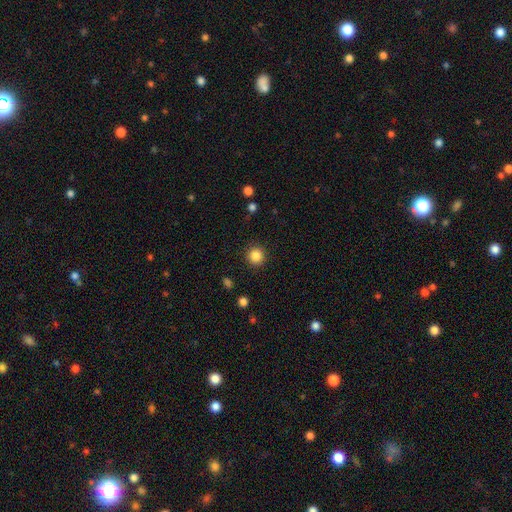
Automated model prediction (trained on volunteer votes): smooth-or-featured: smooth: 86% | star or artifact: 11% | featured or disk: 4%
  how-rounded: round: 94% | in between: 5% | cigar-shaped: 1%
  merging: none: 91% | minor disturbance: 6% | major disturbance: 2% | merger: 1%